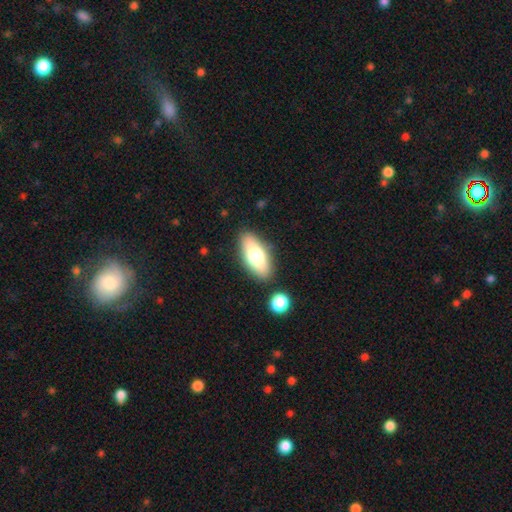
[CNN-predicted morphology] smooth_or_featured: smooth (p=0.69) [alt: featured or disk p=0.24]
how_rounded: in between (p=0.80) [alt: cigar-shaped p=0.17]
merging: none (p=0.83) [alt: minor disturbance p=0.10]